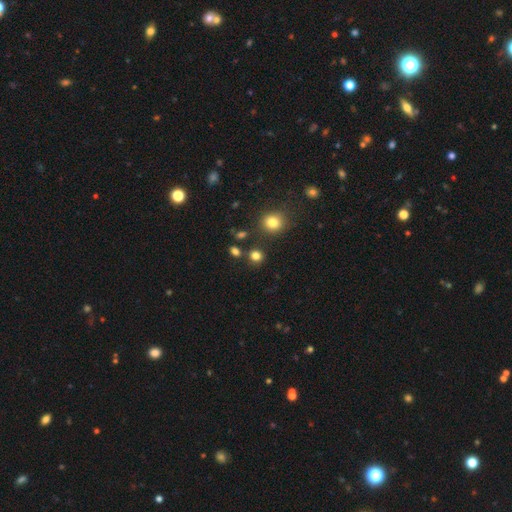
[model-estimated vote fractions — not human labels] A smooth galaxy with no disk features (80%) that is round (80%). Merging: none (80%).